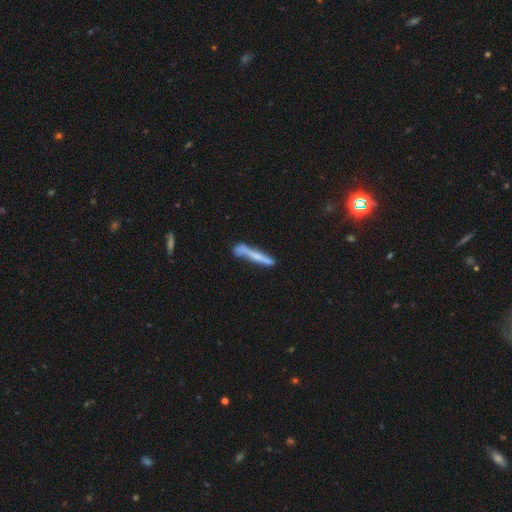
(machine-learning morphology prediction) This is possibly a smooth galaxy (49%). Merging: likely none (62%).